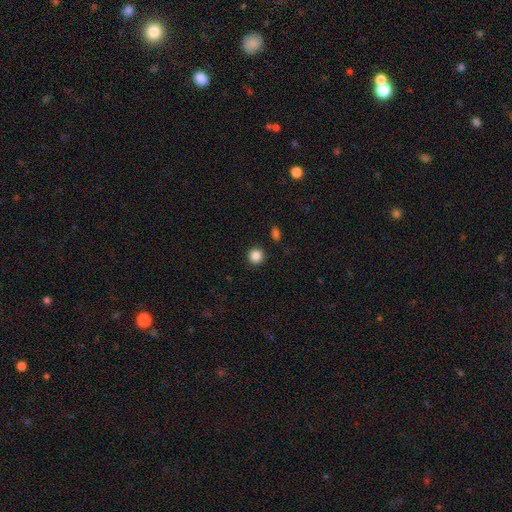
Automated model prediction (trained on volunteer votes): Smooth or featured: smooth — 86% (star or artifact — 10%)
How rounded: round — 94% (in between — 5%)
Merging: none — 91% (minor disturbance — 5%)